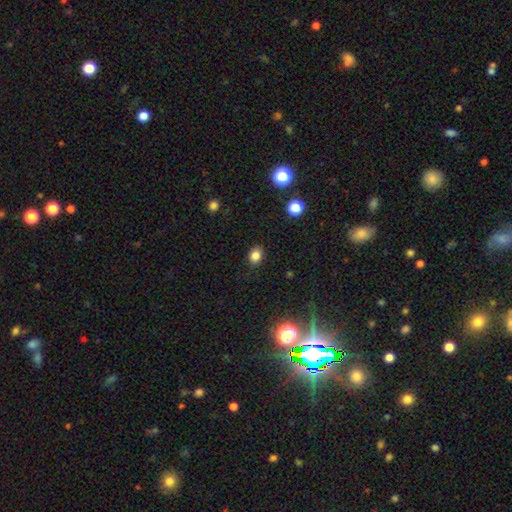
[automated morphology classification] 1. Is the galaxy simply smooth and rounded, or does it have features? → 82% smooth, 13% star or artifact, 5% featured or disk.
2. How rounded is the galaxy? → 60% in between, 39% round, 1% cigar-shaped.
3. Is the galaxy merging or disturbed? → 85% none, 11% minor disturbance, 3% major disturbance, 1% merger.